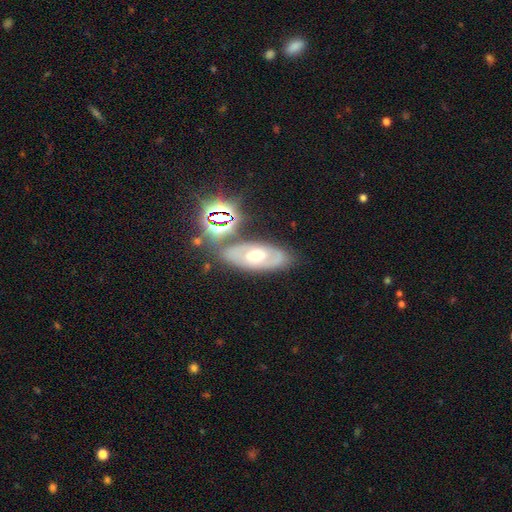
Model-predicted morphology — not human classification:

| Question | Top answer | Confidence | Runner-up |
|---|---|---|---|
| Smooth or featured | featured or disk | 57% | smooth (28%) |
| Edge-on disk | no | 83% | yes (17%) |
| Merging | none | 74% | minor disturbance (14%) |